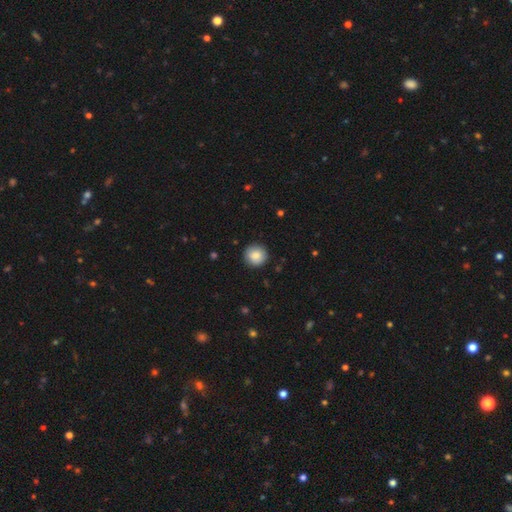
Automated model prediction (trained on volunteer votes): Smooth or featured? smooth (87%)
How rounded? round (94%)
Merging? none (91%)